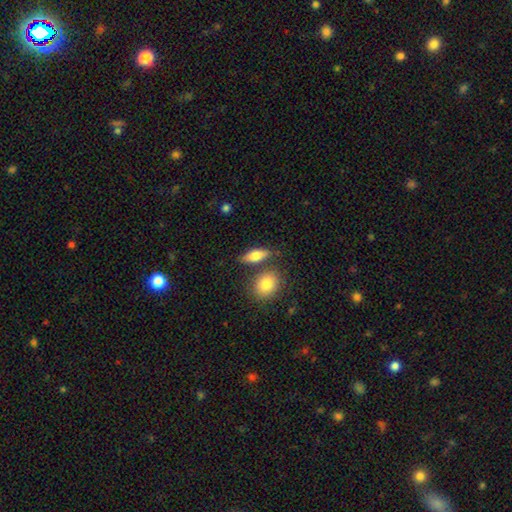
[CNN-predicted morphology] Smooth or featured?
  - smooth: 72% *
  - featured or disk: 21%
  - star or artifact: 7%
How rounded?
  - in between: 69% *
  - cigar-shaped: 23%
  - round: 8%
Merging?
  - none: 71% *
  - merger: 13%
  - minor disturbance: 13%
  - major disturbance: 4%